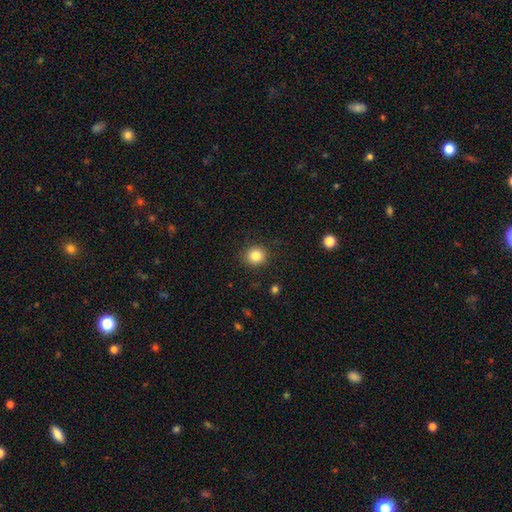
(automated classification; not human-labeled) Overall: smooth (84%). How rounded: round (89%). Merging: none (90%).